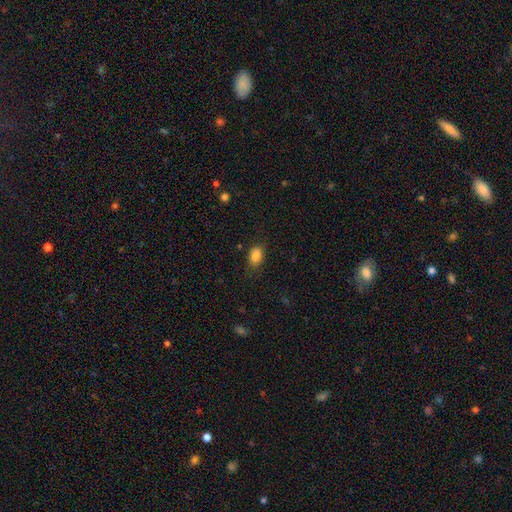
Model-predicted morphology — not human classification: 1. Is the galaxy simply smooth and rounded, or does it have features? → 86% smooth, 9% star or artifact, 5% featured or disk.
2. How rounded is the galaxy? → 85% in between, 13% round, 2% cigar-shaped.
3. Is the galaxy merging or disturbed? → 78% none, 17% minor disturbance, 4% major disturbance, 1% merger.